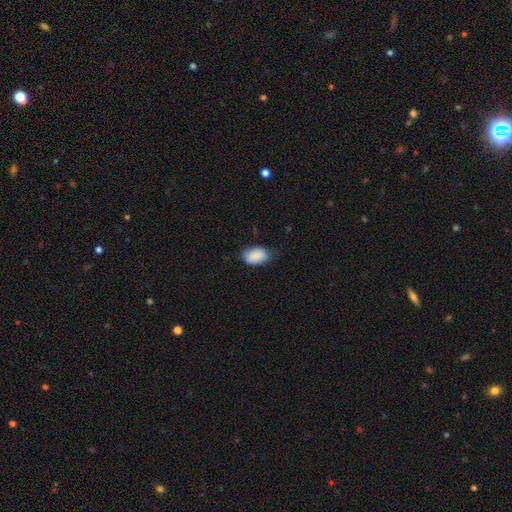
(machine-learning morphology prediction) A smooth galaxy with no disk features (88%) that is in between round and cigar-shaped (88%). Merging: none (69%).